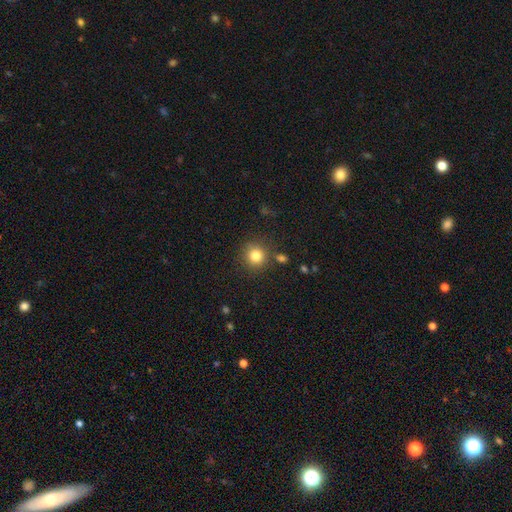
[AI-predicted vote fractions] The model was most divided on "smooth or featured": smooth: 82%, star or artifact: 12%, featured or disk: 6%. More confident: how rounded — round (92%); merging — none (82%).